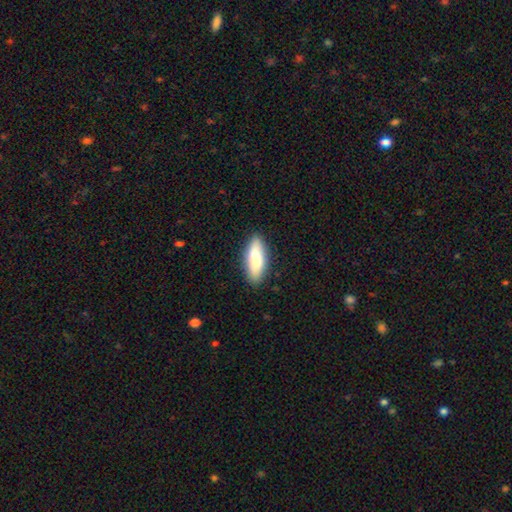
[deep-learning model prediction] Smooth or featured? Predicted: smooth (p=0.82). How rounded? Predicted: in between (p=0.64). Merging? Predicted: none (p=0.87).